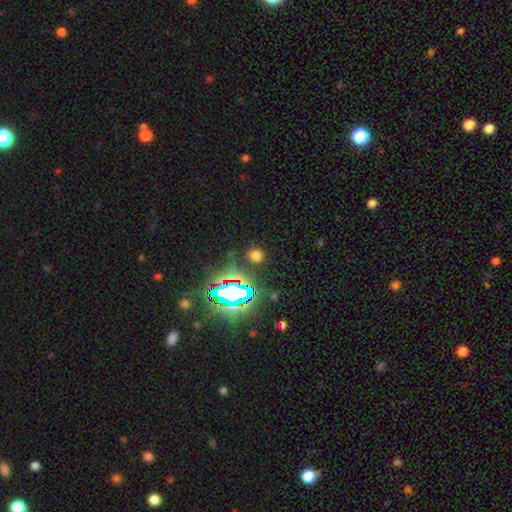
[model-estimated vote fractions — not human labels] smooth_or_featured: smooth (p=0.61) [alt: star or artifact p=0.33]
how_rounded: round (p=0.77) [alt: in between p=0.22]
merging: none (p=0.86) [alt: minor disturbance p=0.08]